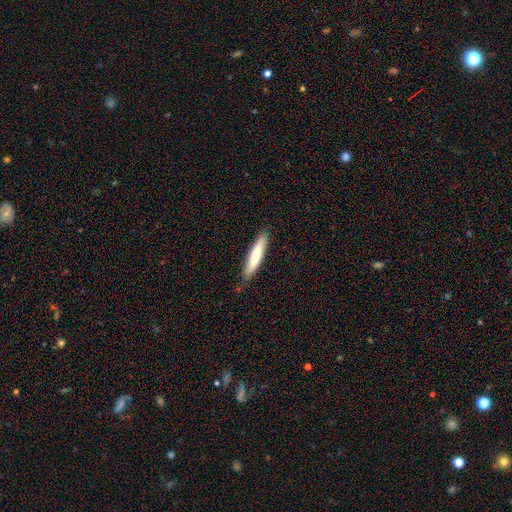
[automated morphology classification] Smooth or featured? Predicted: smooth (p=0.73). How rounded? Predicted: cigar-shaped (p=0.89). Merging? Predicted: none (p=0.84).